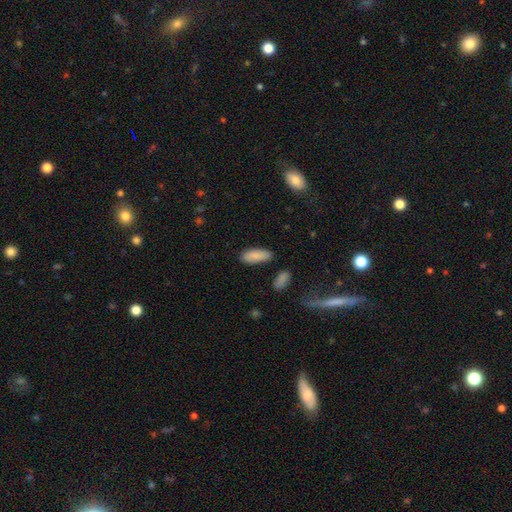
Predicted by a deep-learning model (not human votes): Smooth or featured? smooth (86%)
How rounded? in between (81%)
Merging? none (80%)